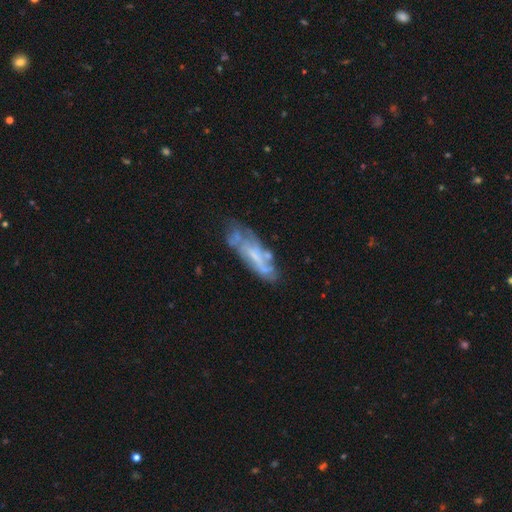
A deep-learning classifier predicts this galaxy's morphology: type=featured or disk (63%); edge-on=no (76%); merging=none (53%).